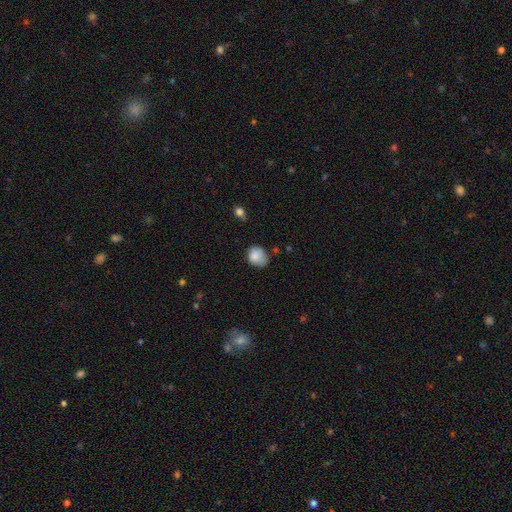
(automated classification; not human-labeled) smooth-or-featured: smooth: 82% | featured or disk: 10% | star or artifact: 9%
  how-rounded: round: 59% | in between: 40% | cigar-shaped: 1%
  merging: none: 50% | minor disturbance: 35% | major disturbance: 11% | merger: 4%